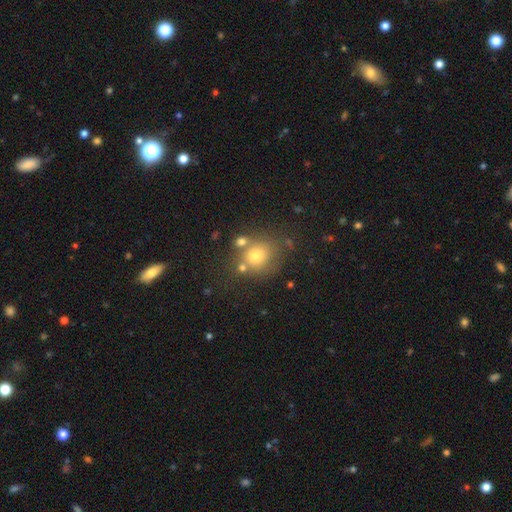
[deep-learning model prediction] This is likely a smooth galaxy (72%). How rounded: likely round (76%). Merging: likely none (63%).